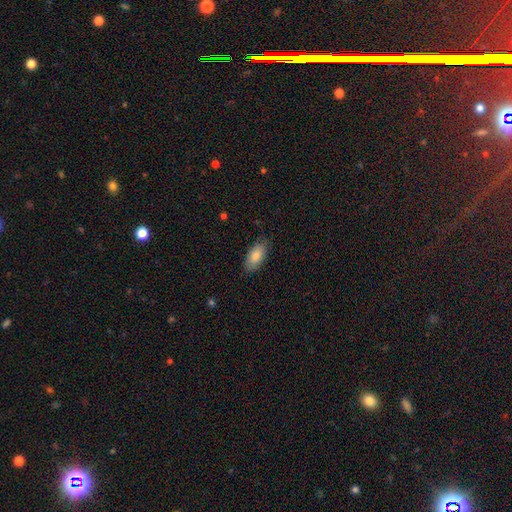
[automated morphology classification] Smooth or featured? Predicted: smooth (p=0.83). How rounded? Predicted: in between (p=0.90). Merging? Predicted: none (p=0.82).